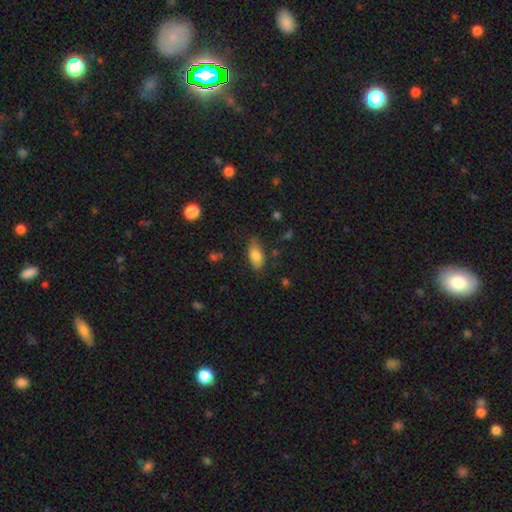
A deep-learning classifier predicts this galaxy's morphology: Smooth or featured: smooth — 82% (featured or disk — 10%)
How rounded: in between — 89% (cigar-shaped — 7%)
Merging: none — 76% (minor disturbance — 18%)